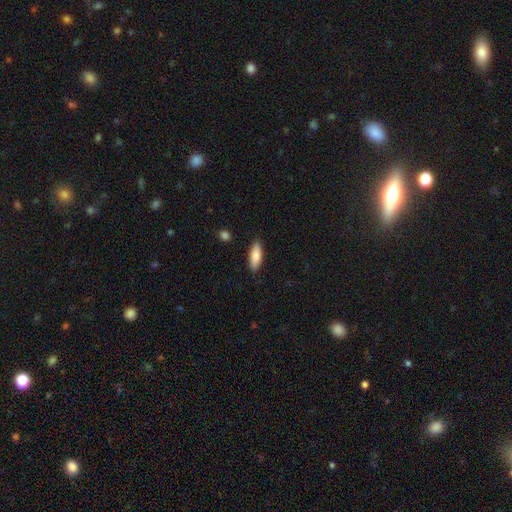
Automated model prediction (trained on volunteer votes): The model was most divided on "how rounded": in between: 64%, cigar-shaped: 34%, round: 2%. More confident: merging — none (88%); smooth or featured — smooth (82%).